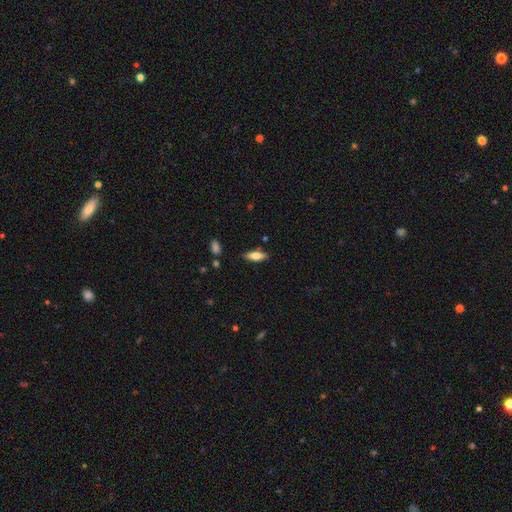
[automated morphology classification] smooth_or_featured: smooth (p=0.62) [alt: featured or disk p=0.32]
how_rounded: in between (p=0.64) [alt: cigar-shaped p=0.33]
merging: none (p=0.84) [alt: minor disturbance p=0.12]